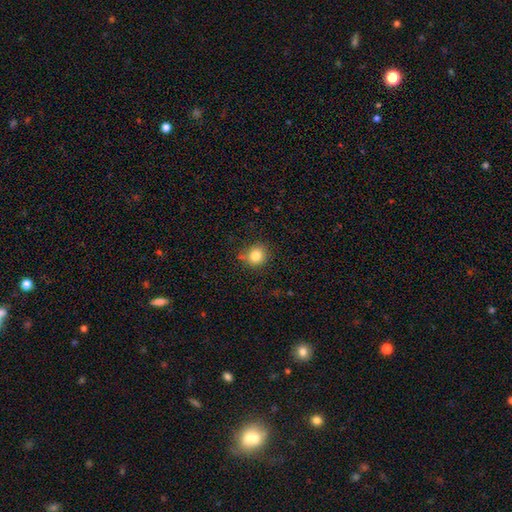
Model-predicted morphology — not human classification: The model was most divided on "merging": none: 82%, minor disturbance: 13%, major disturbance: 3%, merger: 2%. More confident: how rounded — round (85%); smooth or featured — smooth (81%).